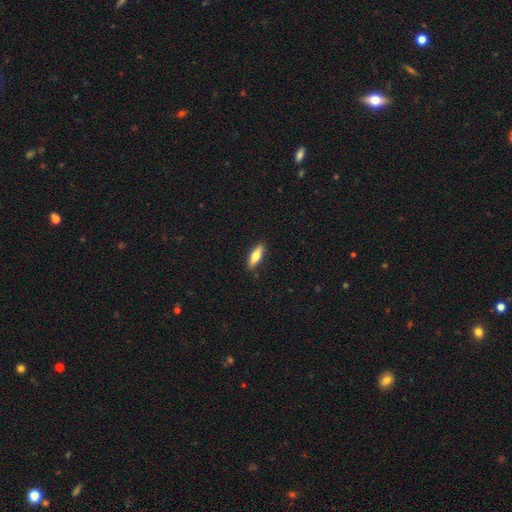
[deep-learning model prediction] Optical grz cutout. It shows a smooth galaxy with no disk features (66%) that is in between round and cigar-shaped (52%). Merging: none (89%).